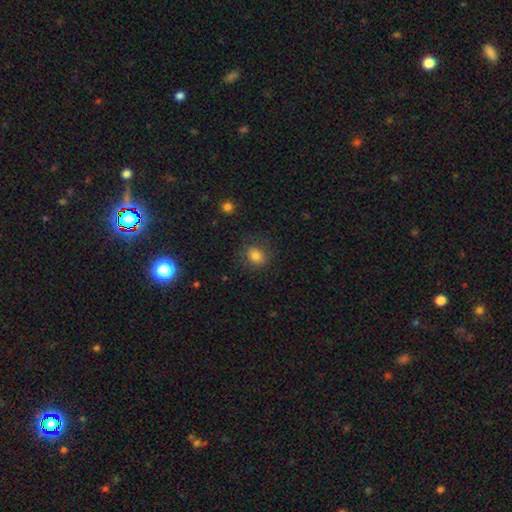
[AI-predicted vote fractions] Overall: smooth (81%). How rounded: round (71%). Merging: none (79%).